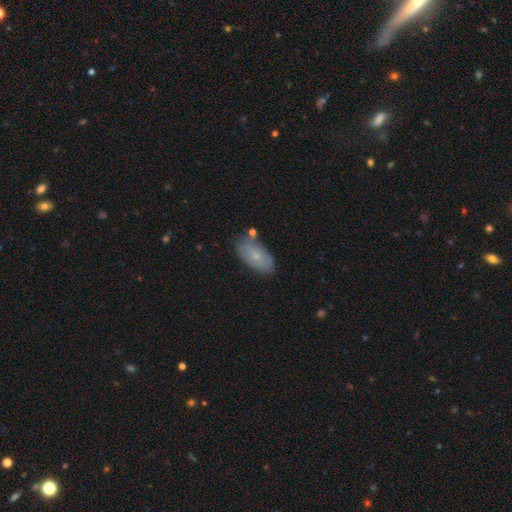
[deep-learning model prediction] This is likely a smooth galaxy (63%). How rounded: clearly in between (91%). Merging: likely none (75%).